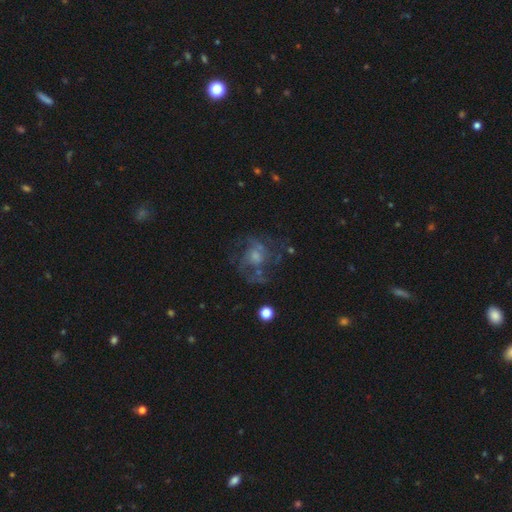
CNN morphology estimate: The model was most divided on "bulge size": moderate: 41%, small: 38%, none: 12%, large: 8%, dominant: 2%. More confident: edge-on disk — no (97%); bar — no (75%); spiral arms — yes (71%); smooth or featured — featured or disk (65%); merging — none (61%).